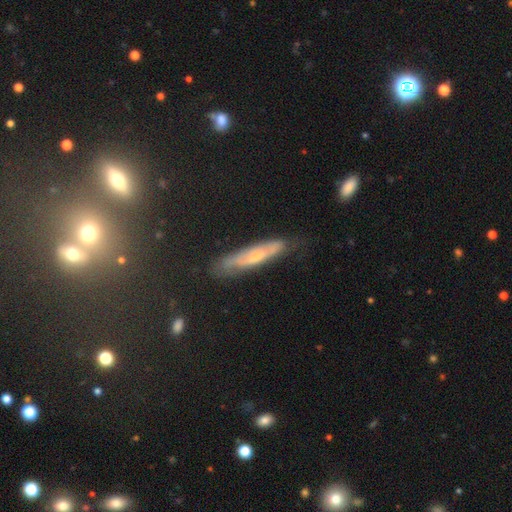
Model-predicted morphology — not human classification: A featured or disk galaxy (53%) viewed edge-on (67%).

Vote fractions:
- Smooth or featured? featured or disk: 53% / smooth: 38% / star or artifact: 9%
- Edge-on disk? yes: 67% / no: 33%
- Merging? none: 73% / minor disturbance: 20% / major disturbance: 5% / merger: 2%